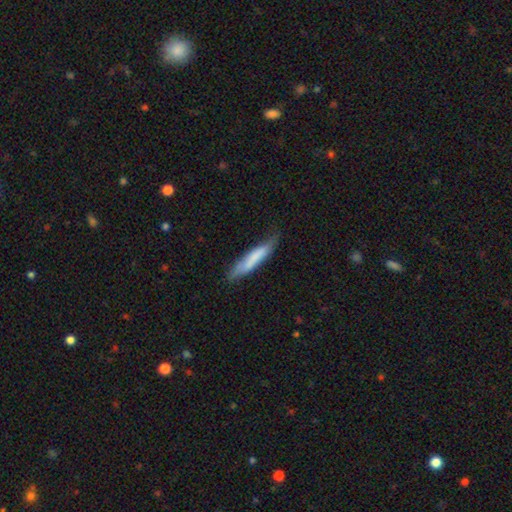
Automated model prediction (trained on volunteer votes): The model was most divided on "merging": none: 65%, minor disturbance: 27%, major disturbance: 6%, merger: 2%. More confident: how rounded — cigar-shaped (88%); smooth or featured — smooth (70%).